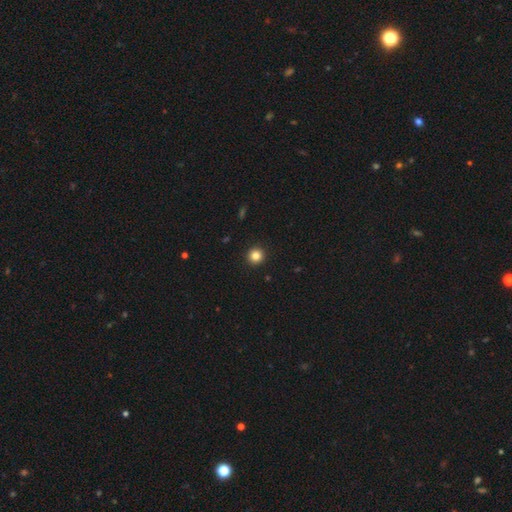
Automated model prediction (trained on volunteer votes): smooth_or_featured: smooth (p=0.84) [alt: star or artifact p=0.11]
how_rounded: round (p=0.95) [alt: in between p=0.04]
merging: none (p=0.93) [alt: minor disturbance p=0.04]